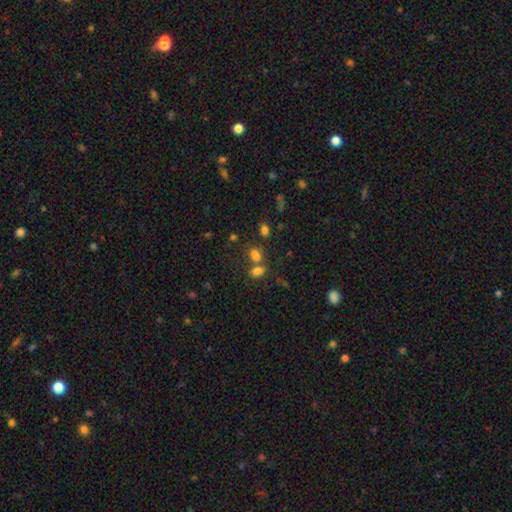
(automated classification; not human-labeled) smooth 74%, star or artifact 18%, featured or disk 8%. Down the decision tree: how rounded — in between (78%); merging — none (46%).